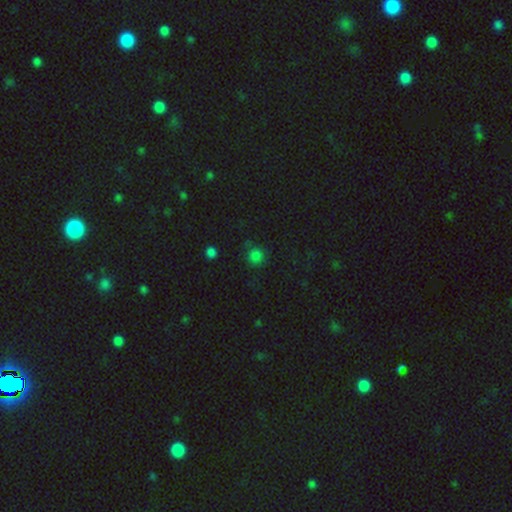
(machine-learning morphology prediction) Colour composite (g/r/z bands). It shows a smooth galaxy with no disk features (78%) that is round (92%). Merging: none (82%).